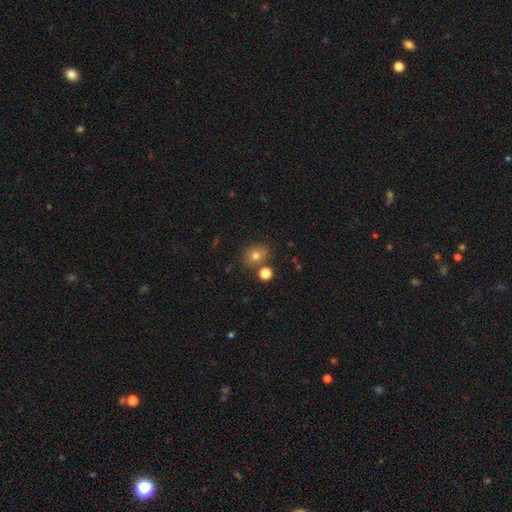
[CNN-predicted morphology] smooth 74%, star or artifact 14%, featured or disk 11%. Down the decision tree: how rounded — round (63%); merging — none (74%).